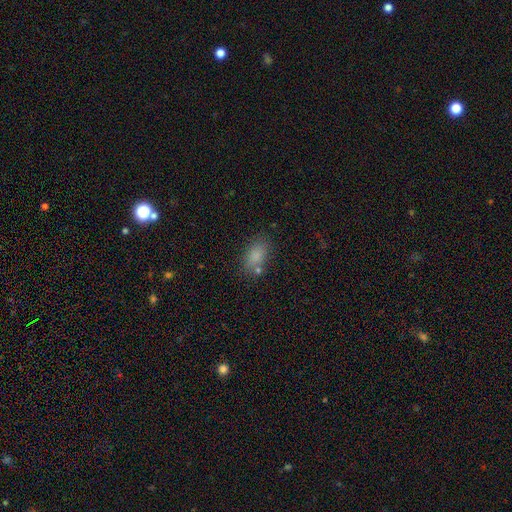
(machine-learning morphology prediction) type=smooth (83%); roundness=in between (88%); merging=none (73%).